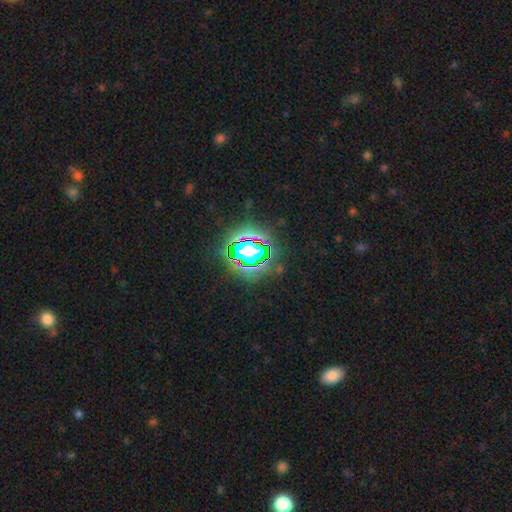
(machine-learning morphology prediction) Smooth or featured?
  - star or artifact: 79% *
  - smooth: 13%
  - featured or disk: 8%